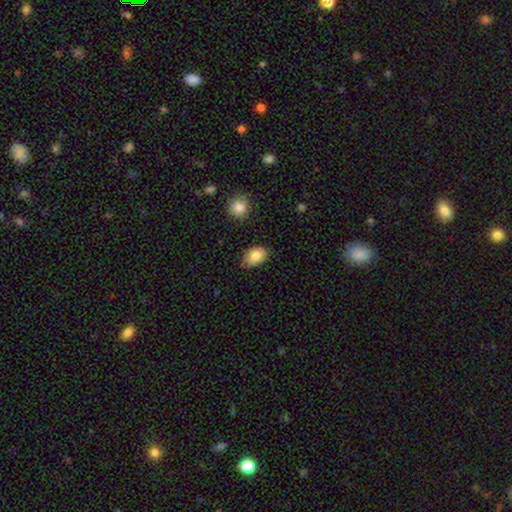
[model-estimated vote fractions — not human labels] A smooth galaxy with no disk features (83%) that is in between round and cigar-shaped (78%).

Vote fractions:
- Smooth or featured? smooth: 83% / featured or disk: 9% / star or artifact: 8%
- How rounded? in between: 78% / round: 20% / cigar-shaped: 1%
- Merging? none: 70% / minor disturbance: 24% / major disturbance: 4% / merger: 2%